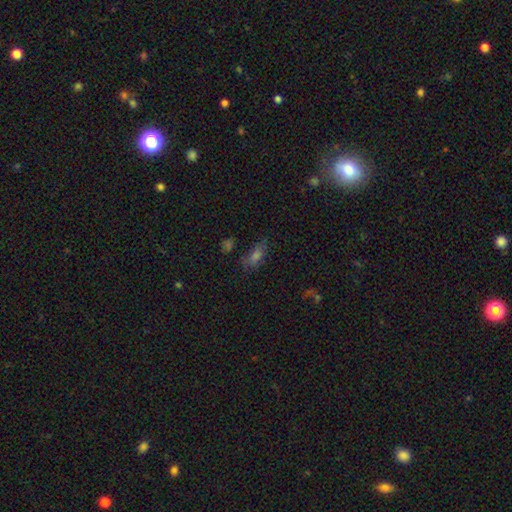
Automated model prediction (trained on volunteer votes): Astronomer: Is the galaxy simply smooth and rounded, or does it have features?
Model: smooth — 54%.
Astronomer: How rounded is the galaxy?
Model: in between — 73%.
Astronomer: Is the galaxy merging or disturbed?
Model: none — 64%.